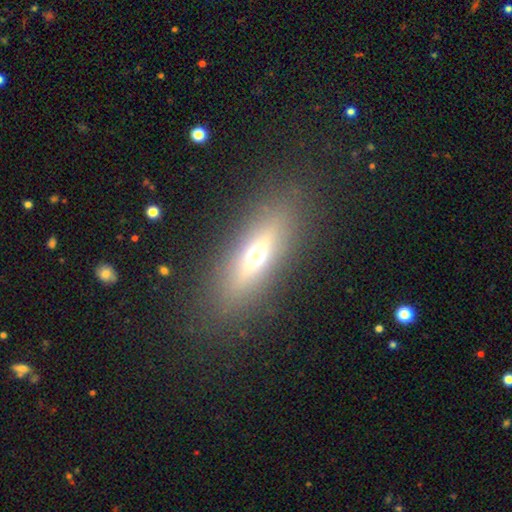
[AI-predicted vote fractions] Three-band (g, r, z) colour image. It shows a smooth galaxy with no disk features (47%). Merging: none (85%).